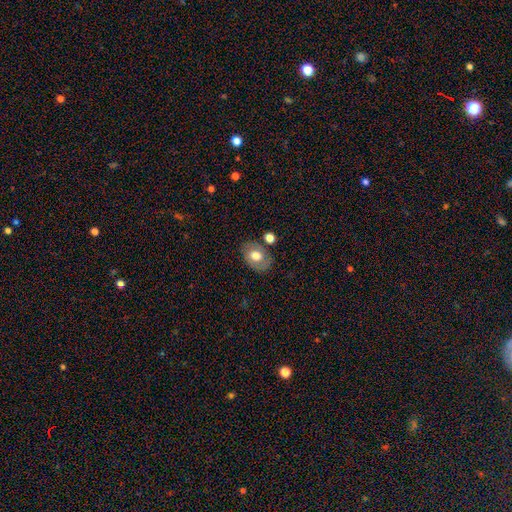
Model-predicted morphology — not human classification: This is likely a smooth galaxy (64%). How rounded: likely in between (75%). Merging: likely none (73%).